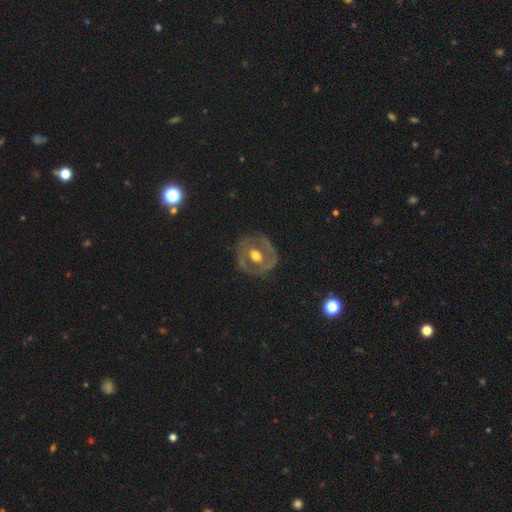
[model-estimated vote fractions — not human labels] Morphology: type=featured or disk (67%); edge-on=no (94%); bar=no (54%); spiral arms=no (71%); bulge=moderate (72%); merging=none (72%).